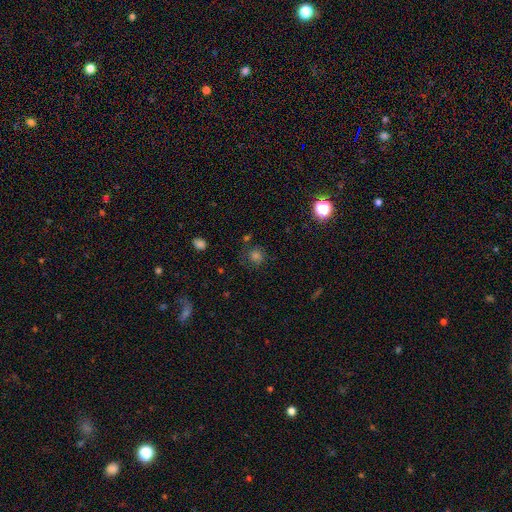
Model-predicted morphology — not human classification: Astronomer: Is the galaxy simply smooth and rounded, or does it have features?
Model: smooth — 60%.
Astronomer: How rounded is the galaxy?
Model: round — 88%.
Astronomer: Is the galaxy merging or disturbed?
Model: none — 76%.